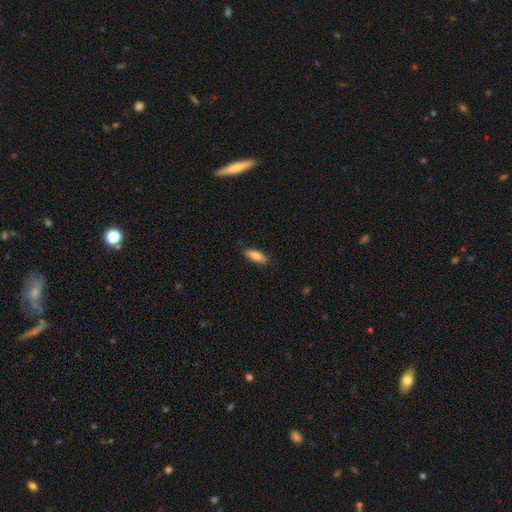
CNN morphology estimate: Overall: smooth (80%). How rounded: in between (56%; cigar-shaped 42%). Merging: none (86%).